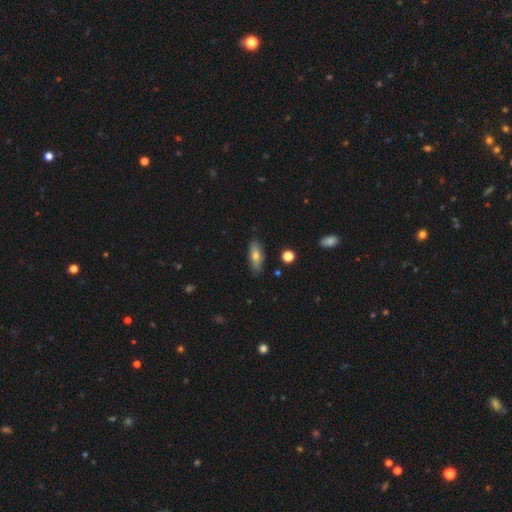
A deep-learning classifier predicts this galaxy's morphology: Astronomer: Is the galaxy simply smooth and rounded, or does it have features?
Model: smooth — 69%.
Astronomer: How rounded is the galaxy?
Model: in between — 72%.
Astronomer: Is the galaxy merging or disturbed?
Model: none — 82%.